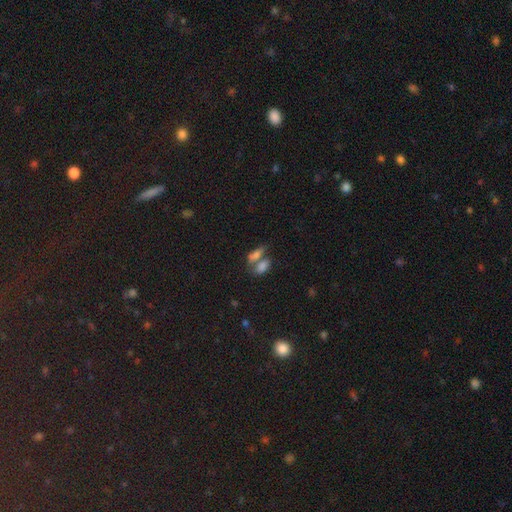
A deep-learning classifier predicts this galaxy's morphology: Smooth or featured?
  - smooth: 76% *
  - featured or disk: 14%
  - star or artifact: 10%
How rounded?
  - in between: 80% *
  - cigar-shaped: 13%
  - round: 7%
Merging?
  - merger: 58% *
  - none: 28%
  - minor disturbance: 8%
  - major disturbance: 5%